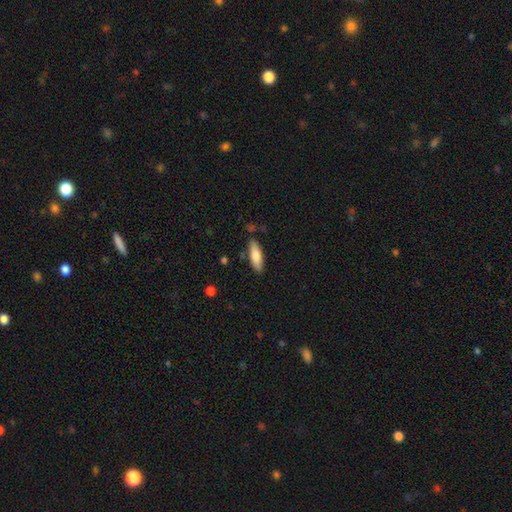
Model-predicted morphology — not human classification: This is likely a smooth galaxy (79%). How rounded: possibly in between (57%). Merging: clearly none (81%).